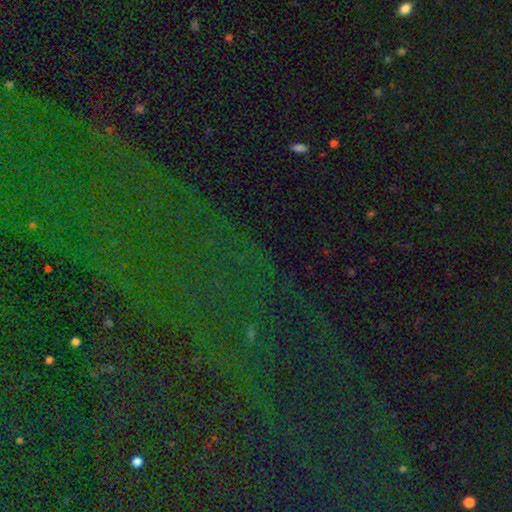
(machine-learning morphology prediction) Smooth or featured: star or artifact — 85% (smooth — 8%)